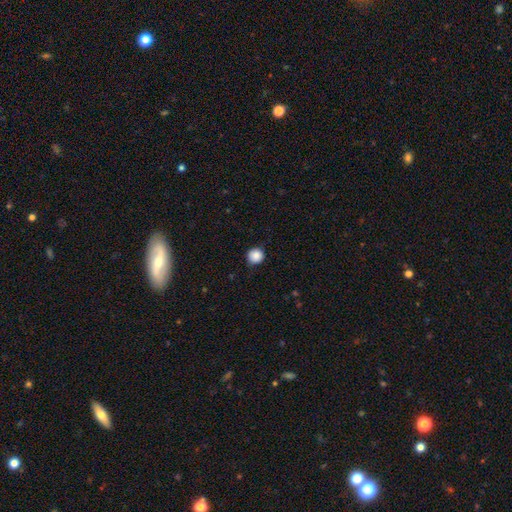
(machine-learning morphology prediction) smooth-or-featured: smooth: 87% | star or artifact: 9% | featured or disk: 4%
  how-rounded: round: 94% | in between: 5% | cigar-shaped: 1%
  merging: none: 87% | minor disturbance: 10% | major disturbance: 2% | merger: 1%